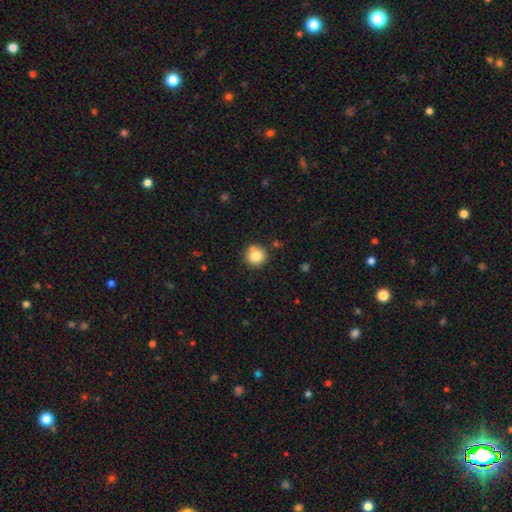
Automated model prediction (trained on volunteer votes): Overall: smooth (82%). How rounded: round (94%). Merging: none (81%).